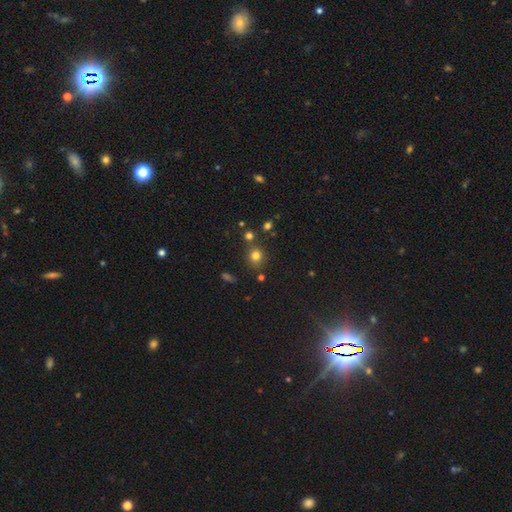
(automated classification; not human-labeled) smooth-or-featured: smooth: 75% | star or artifact: 18% | featured or disk: 8%
  how-rounded: round: 81% | in between: 18% | cigar-shaped: 1%
  merging: none: 75% | minor disturbance: 11% | merger: 11% | major disturbance: 4%